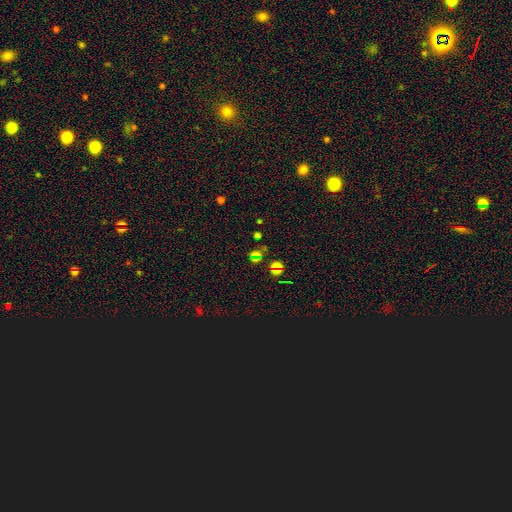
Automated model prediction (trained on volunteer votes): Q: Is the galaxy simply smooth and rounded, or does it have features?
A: star or artifact — 60%.